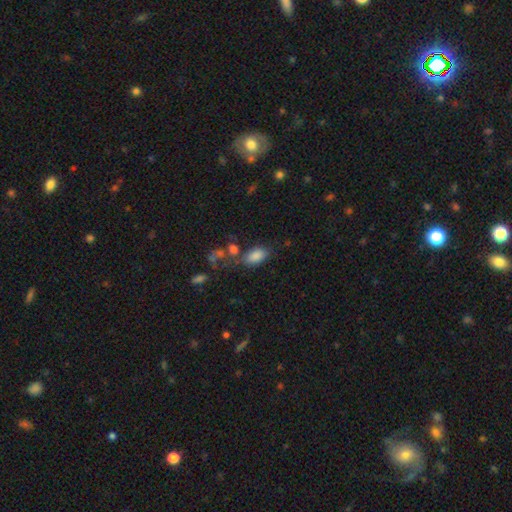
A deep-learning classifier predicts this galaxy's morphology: The model was most divided on "merging": none: 63%, minor disturbance: 16%, merger: 13%, major disturbance: 7%. More confident: how rounded — in between (92%); smooth or featured — smooth (85%).